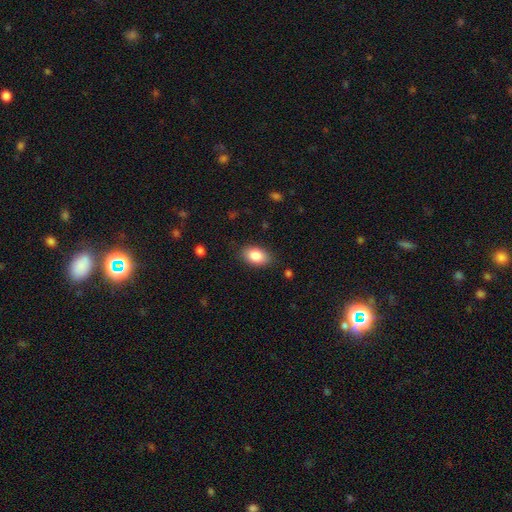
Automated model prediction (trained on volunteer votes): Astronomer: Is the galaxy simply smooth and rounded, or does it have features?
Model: smooth — 86%.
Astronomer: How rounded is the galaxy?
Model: in between — 90%.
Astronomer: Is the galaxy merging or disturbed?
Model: none — 85%.